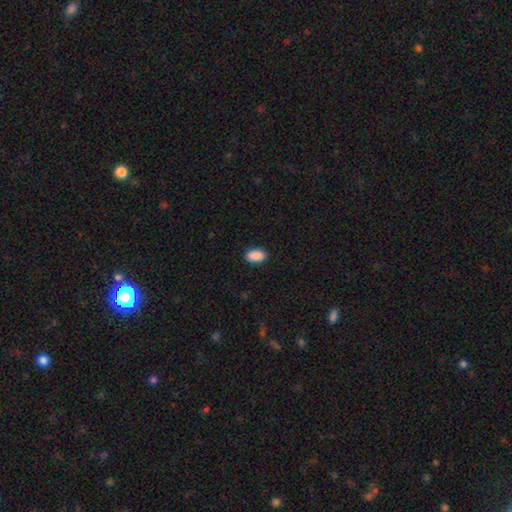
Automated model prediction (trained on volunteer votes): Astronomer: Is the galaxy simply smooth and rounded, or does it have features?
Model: smooth — 90%.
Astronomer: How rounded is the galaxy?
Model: in between — 91%.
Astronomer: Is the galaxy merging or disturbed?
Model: none — 90%.